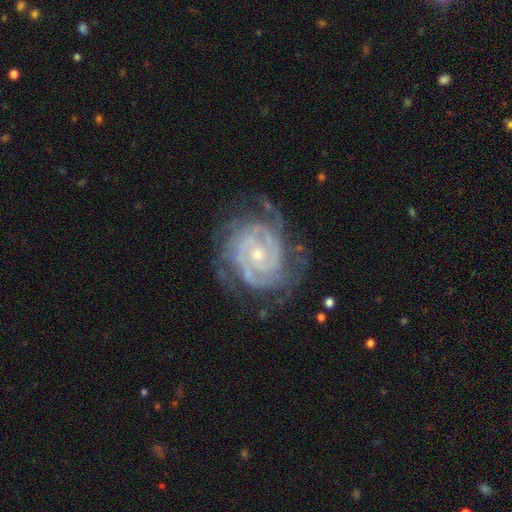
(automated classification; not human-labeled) Smooth or featured?
  - featured or disk: 89% *
  - star or artifact: 6%
  - smooth: 4%
Edge-on disk?
  - no: 97% *
  - yes: 3%
Bar?
  - no: 60% *
  - weak: 29%
  - strong: 11%
Spiral arms?
  - yes: 98% *
  - no: 2%
Spiral winding?
  - tight: 78% *
  - medium: 19%
  - loose: 3%
Spiral arm count?
  - 2: 41% *
  - can't tell: 19%
  - 3: 18%
  - 4: 10%
  - more than 4: 6%
  - 1: 6%
Bulge size?
  - small: 68% *
  - moderate: 29%
  - none: 2%
  - large: 1%
  - dominant: 1%
Merging?
  - none: 73% *
  - minor disturbance: 18%
  - major disturbance: 8%
  - merger: 1%